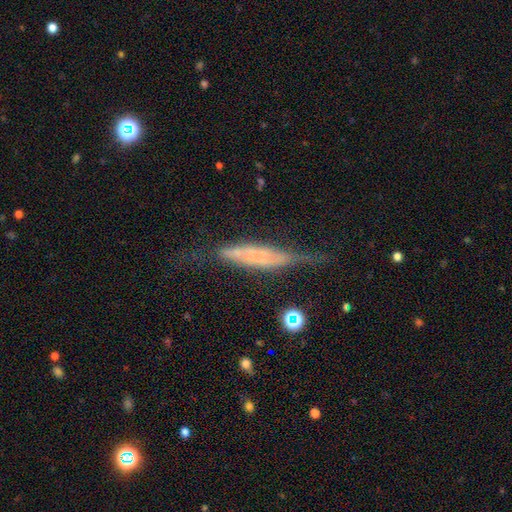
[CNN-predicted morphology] Smooth or featured: featured or disk — 59% (smooth — 30%)
Edge-on disk: yes — 80% (no — 20%)
Merging: none — 46% (minor disturbance — 30%)